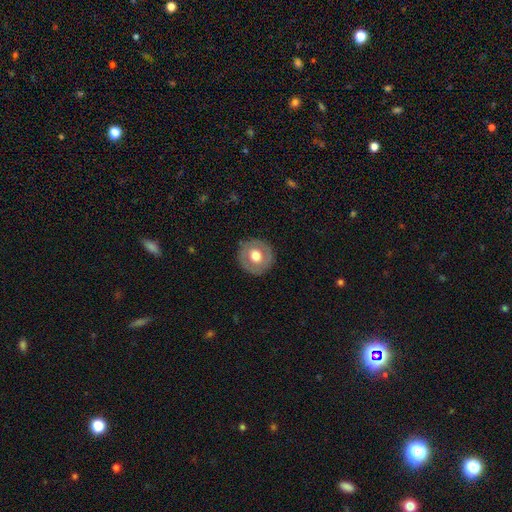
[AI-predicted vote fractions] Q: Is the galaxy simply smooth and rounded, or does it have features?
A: smooth — 56%.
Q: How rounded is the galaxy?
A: round — 91%.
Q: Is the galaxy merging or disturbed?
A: none — 87%.